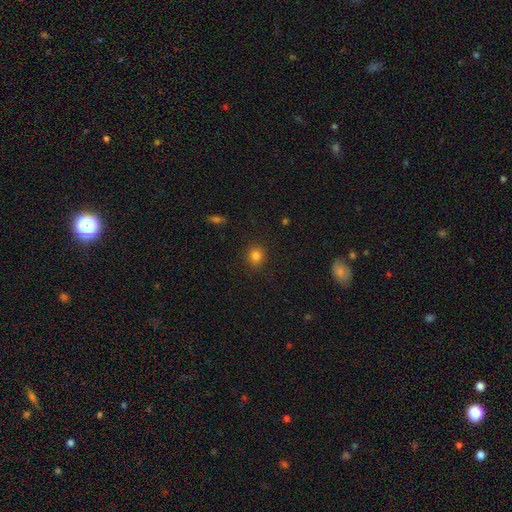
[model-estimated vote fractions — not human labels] smooth_or_featured: smooth (p=0.82) [alt: star or artifact p=0.13]
how_rounded: round (p=0.82) [alt: in between p=0.17]
merging: none (p=0.89) [alt: minor disturbance p=0.07]